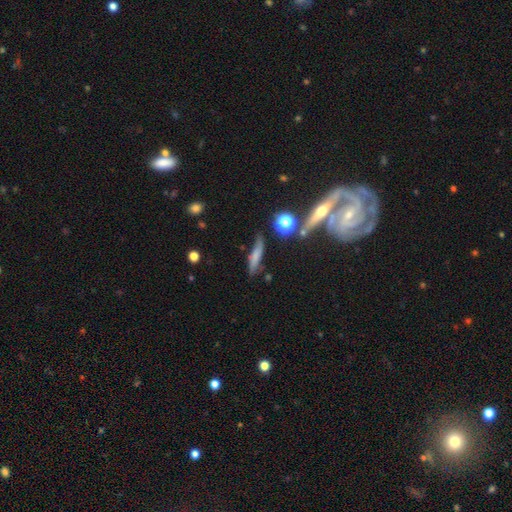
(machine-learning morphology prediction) smooth_or_featured: smooth (p=0.61) [alt: featured or disk p=0.27]
how_rounded: cigar-shaped (p=0.77) [alt: in between p=0.18]
merging: none (p=0.62) [alt: minor disturbance p=0.24]